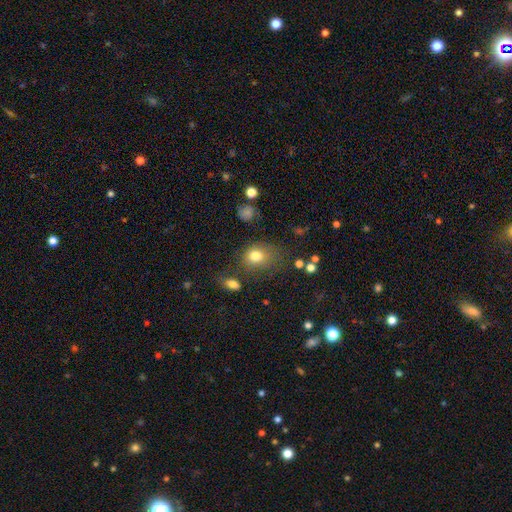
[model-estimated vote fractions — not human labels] smooth-or-featured: smooth: 79% | star or artifact: 12% | featured or disk: 9%
  how-rounded: in between: 51% | round: 47% | cigar-shaped: 1%
  merging: none: 54% | minor disturbance: 25% | major disturbance: 14% | merger: 7%